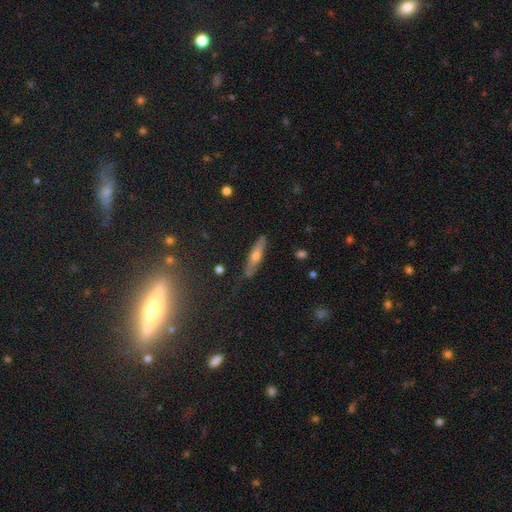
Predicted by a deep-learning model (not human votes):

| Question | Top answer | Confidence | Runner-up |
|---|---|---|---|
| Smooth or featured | featured or disk | 47% | smooth (43%) |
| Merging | none | 84% | minor disturbance (12%) |